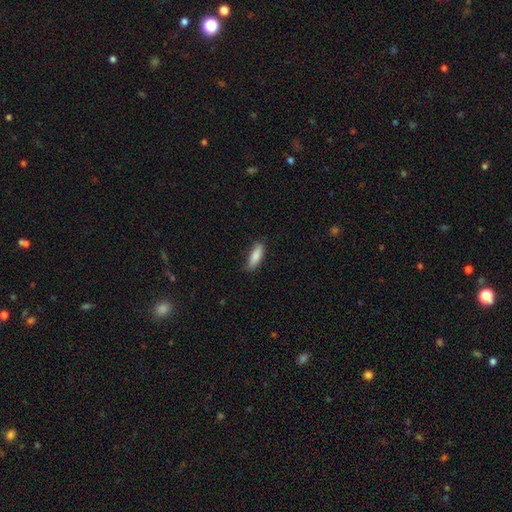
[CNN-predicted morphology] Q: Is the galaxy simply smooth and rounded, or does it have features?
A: smooth — 86%.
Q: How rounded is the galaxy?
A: in between — 55%.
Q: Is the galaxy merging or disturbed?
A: none — 78%.